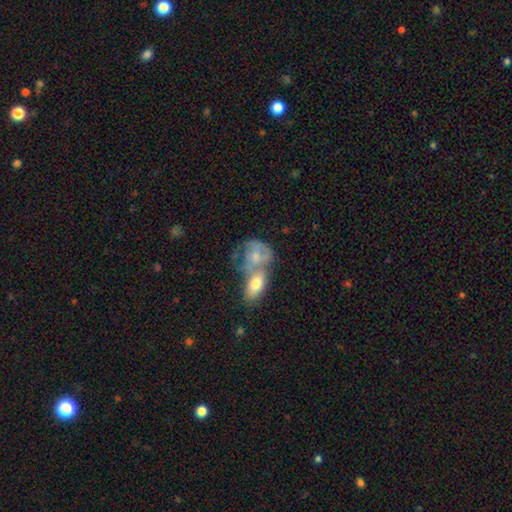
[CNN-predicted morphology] The model was most divided on "smooth or featured": smooth: 49%, featured or disk: 44%, star or artifact: 7%. More confident: merging — merger (58%).